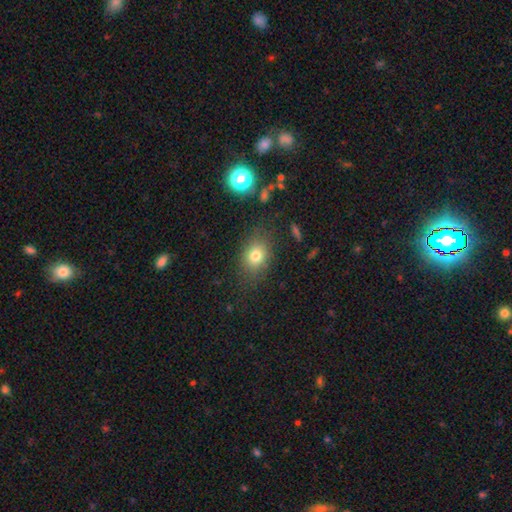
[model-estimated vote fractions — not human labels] This is likely a smooth galaxy (77%). How rounded: possibly in between (57%). Merging: likely none (78%).